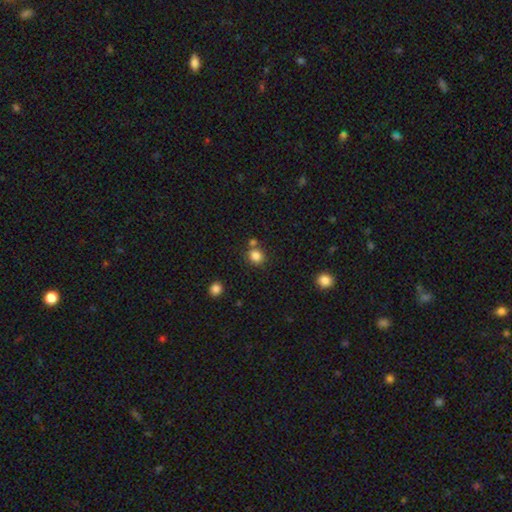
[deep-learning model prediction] The model was most divided on "how rounded": round: 75%, in between: 25%, cigar-shaped: 1%. More confident: smooth or featured — smooth (84%); merging — none (70%).